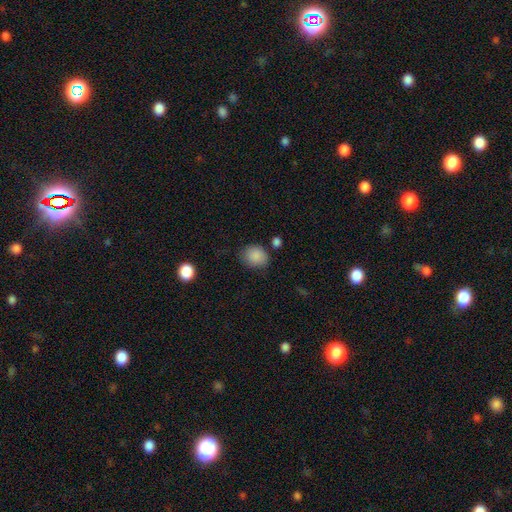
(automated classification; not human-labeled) Morphology: type=smooth (88%); roundness=round (66%); merging=none (74%).